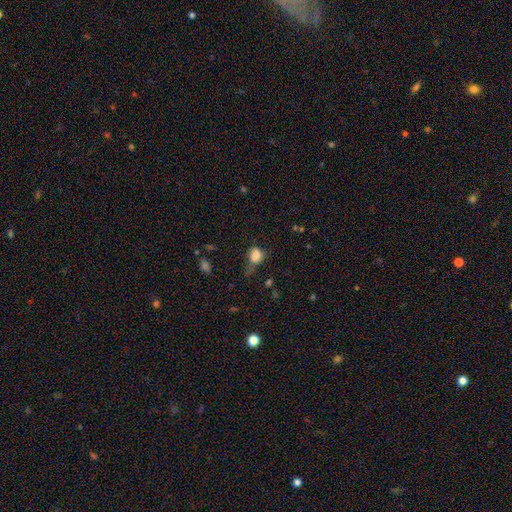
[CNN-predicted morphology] A smooth galaxy with no disk features (78%) that is in between round and cigar-shaped (59%).

Vote fractions:
- Smooth or featured? smooth: 78% / star or artifact: 12% / featured or disk: 10%
- How rounded? in between: 59% / round: 39% / cigar-shaped: 2%
- Merging? minor disturbance: 32% (tied) / none: 32% (tied) / major disturbance: 28% / merger: 9%